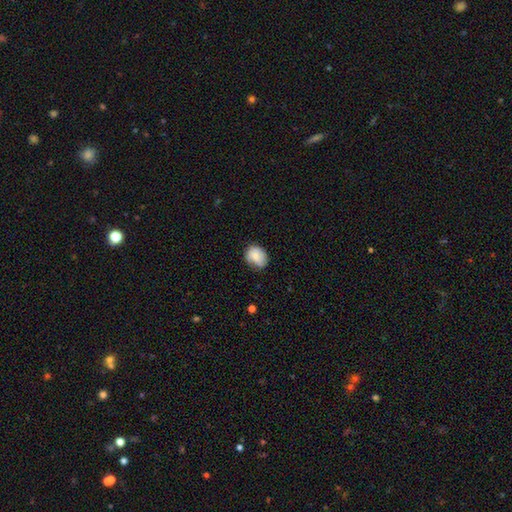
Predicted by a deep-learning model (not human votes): The model was most divided on "how rounded": in between: 51%, round: 48%, cigar-shaped: 1%. More confident: smooth or featured — smooth (66%); merging — none (58%).